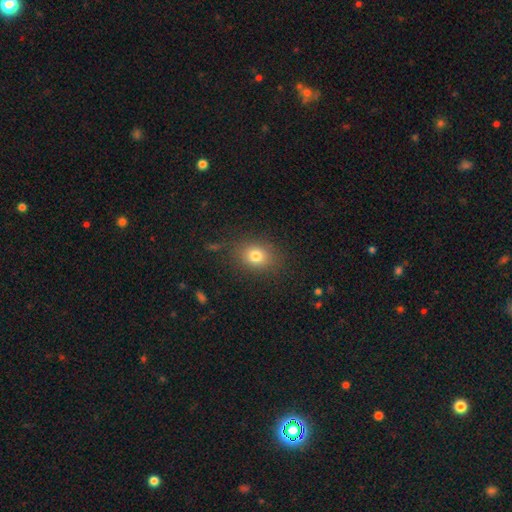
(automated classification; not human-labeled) The model was most divided on "how rounded": round: 54%, in between: 44%, cigar-shaped: 1%. More confident: merging — none (83%); smooth or featured — smooth (78%).